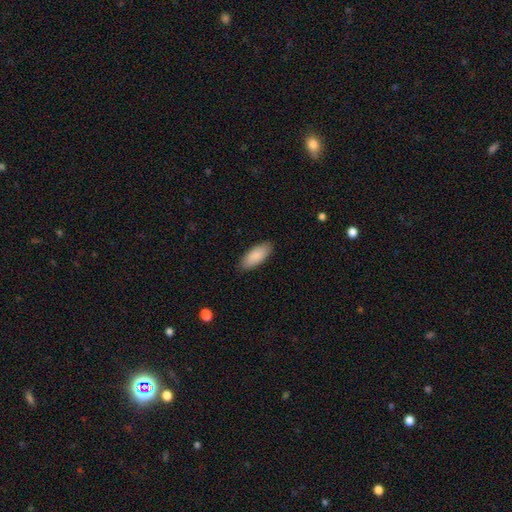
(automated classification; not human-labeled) smooth 89%, featured or disk 6%, star or artifact 5%. Down the decision tree: how rounded — in between (83%); merging — none (87%).